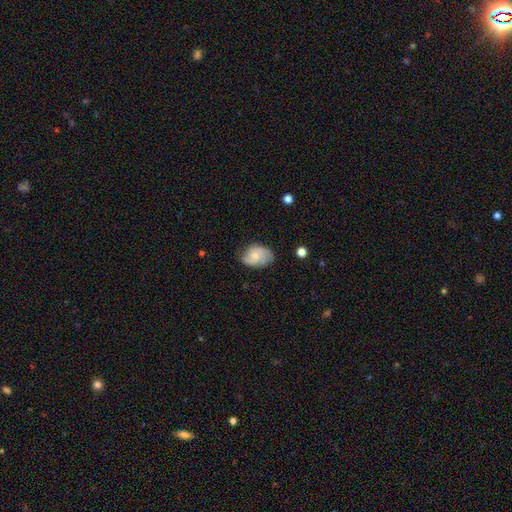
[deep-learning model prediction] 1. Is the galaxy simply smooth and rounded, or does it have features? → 50% smooth, 43% featured or disk, 7% star or artifact.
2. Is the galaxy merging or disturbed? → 63% none, 28% minor disturbance, 7% major disturbance, 2% merger.